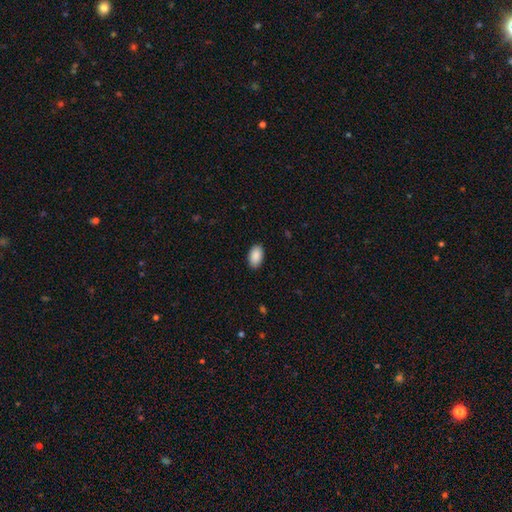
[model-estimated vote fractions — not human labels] A smooth galaxy with no disk features (91%) that is in between round and cigar-shaped (95%).

Vote fractions:
- Smooth or featured? smooth: 91% / star or artifact: 6% / featured or disk: 3%
- How rounded? in between: 95% / round: 4% / cigar-shaped: 1%
- Merging? none: 89% / minor disturbance: 8% / major disturbance: 2% / merger: 1%